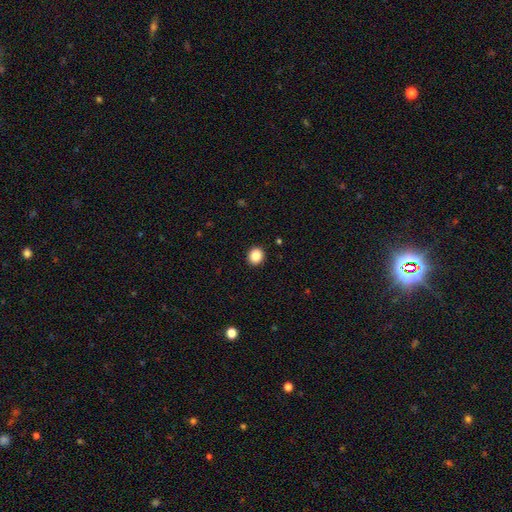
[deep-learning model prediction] smooth 86%, star or artifact 10%, featured or disk 4%. Down the decision tree: how rounded — round (81%); merging — none (92%).